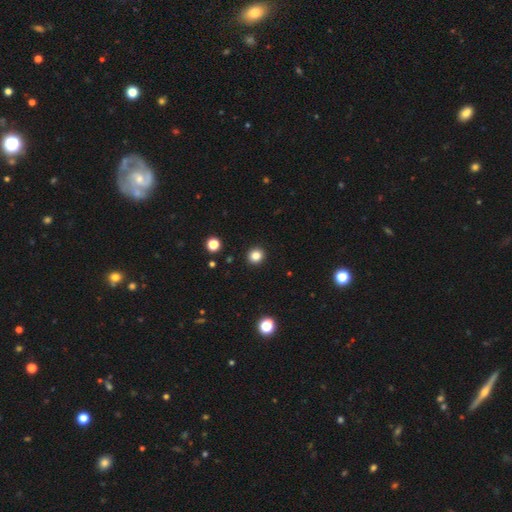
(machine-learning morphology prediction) The model was most divided on "smooth or featured": smooth: 84%, star or artifact: 12%, featured or disk: 4%. More confident: merging — none (93%); how rounded — round (90%).